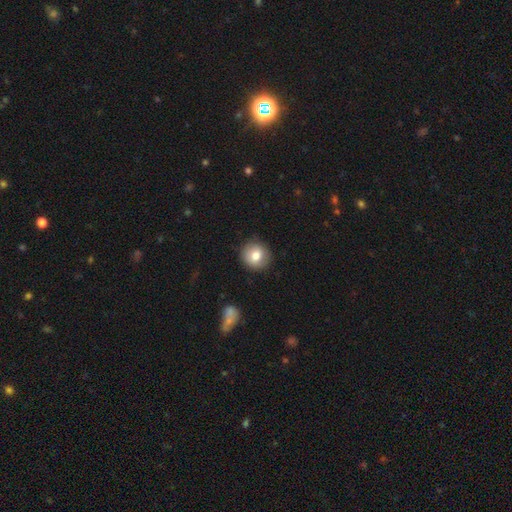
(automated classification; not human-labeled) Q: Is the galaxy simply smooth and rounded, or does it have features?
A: smooth — 79%.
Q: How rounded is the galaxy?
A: round — 91%.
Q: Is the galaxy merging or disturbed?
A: none — 88%.